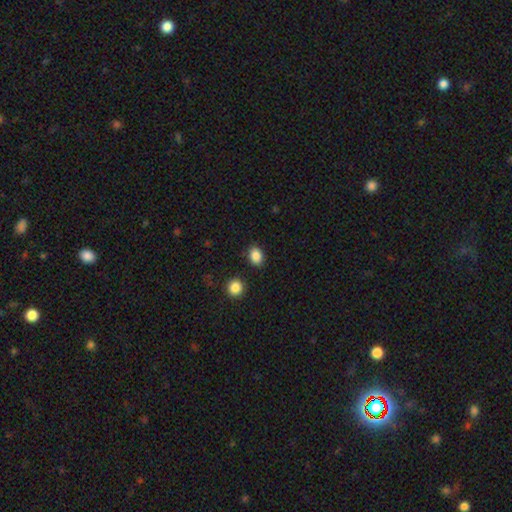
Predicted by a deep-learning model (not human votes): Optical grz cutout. It shows a smooth galaxy with no disk features (87%) that is in between round and cigar-shaped (63%). Merging: none (86%).